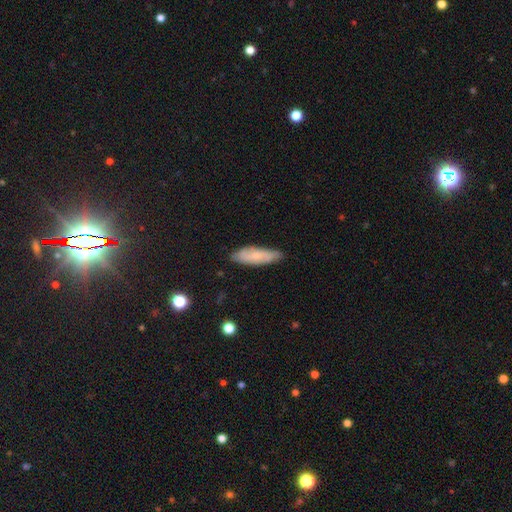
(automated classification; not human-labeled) The model was most divided on "how rounded": cigar-shaped: 51%, in between: 47%, round: 2%. More confident: merging — none (80%); smooth or featured — smooth (66%).